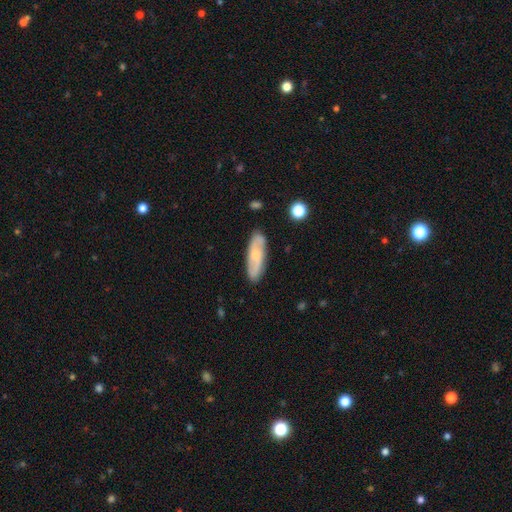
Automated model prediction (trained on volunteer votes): This appears to be a featured or disk galaxy (50%). Merging: none (84%).